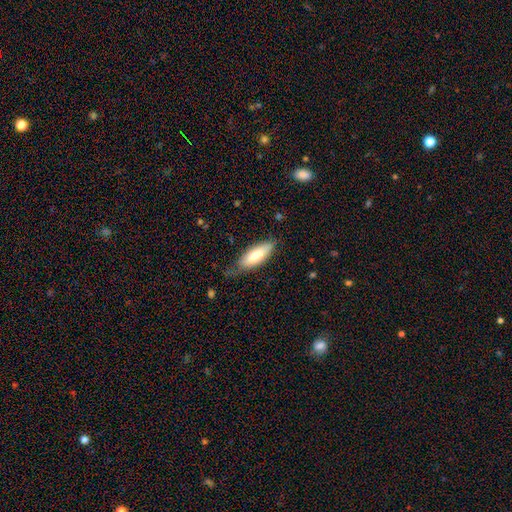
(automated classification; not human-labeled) Smooth or featured? smooth (78%)
How rounded? in between (68%)
Merging? none (66%)